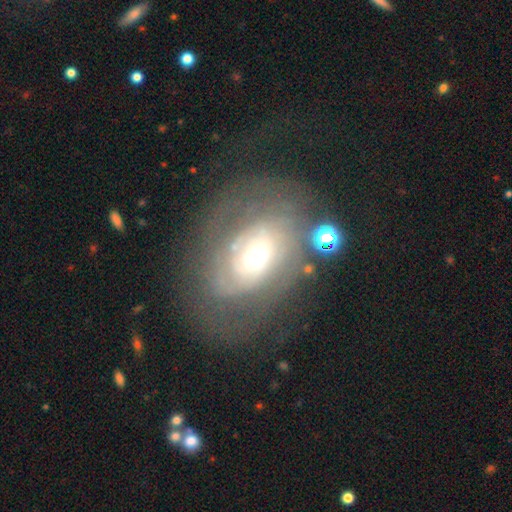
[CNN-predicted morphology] type=featured or disk (75%); edge-on=no (96%); bar=no (72%); spiral arms=yes (82%); winding=tight (67%); arm count=can't tell (55%); bulge=small (51%); merging=none (58%).